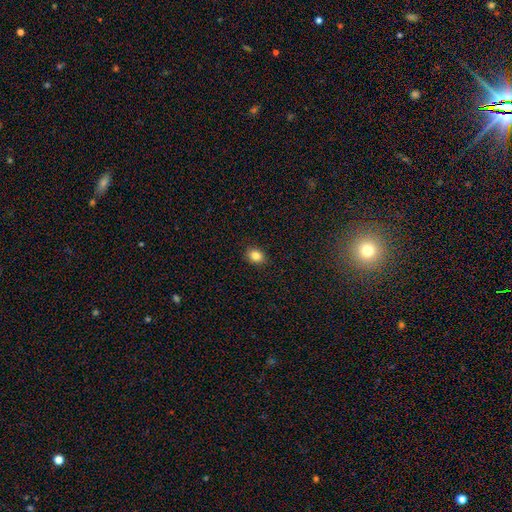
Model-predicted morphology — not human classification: smooth-or-featured: smooth: 83% | star or artifact: 10% | featured or disk: 6%
  how-rounded: in between: 52% | round: 47% | cigar-shaped: 1%
  merging: none: 89% | minor disturbance: 8% | major disturbance: 2% | merger: 1%